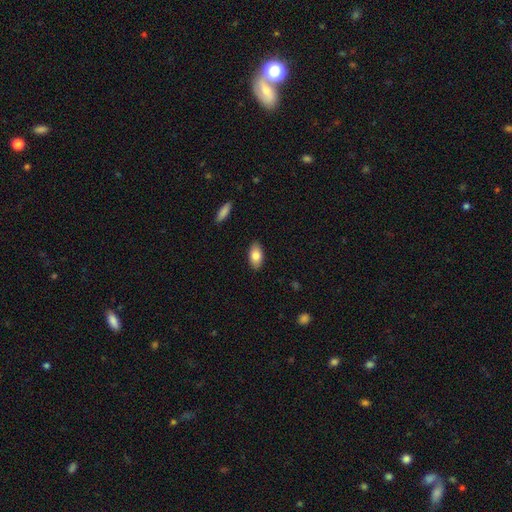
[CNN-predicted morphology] Smooth or featured? Predicted: smooth (p=0.82). How rounded? Predicted: in between (p=0.93). Merging? Predicted: none (p=0.88).